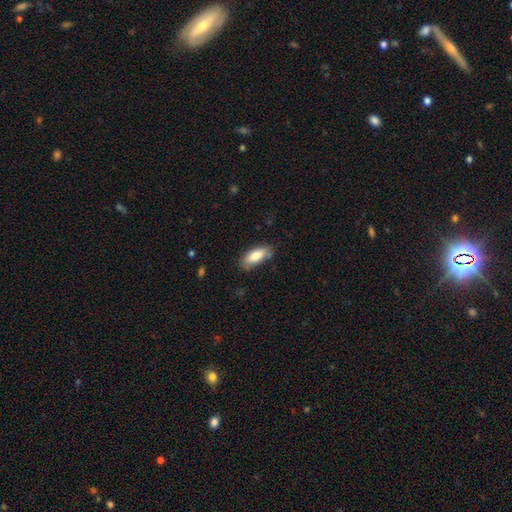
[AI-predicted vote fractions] smooth_or_featured: smooth (p=0.82) [alt: featured or disk p=0.12]
how_rounded: in between (p=0.80) [alt: cigar-shaped p=0.18]
merging: none (p=0.76) [alt: minor disturbance p=0.19]